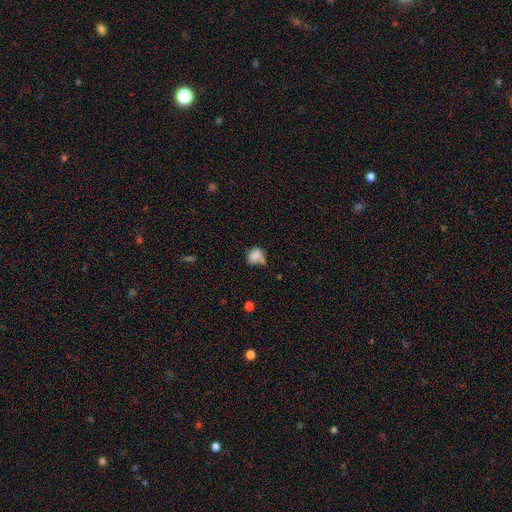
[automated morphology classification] Smooth or featured? Predicted: smooth (p=0.79). How rounded? Predicted: in between (p=0.49, tied with round). Merging? Predicted: none (p=0.39).